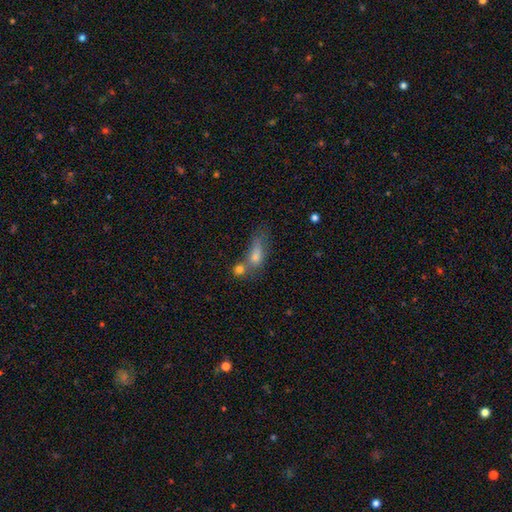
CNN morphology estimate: Smooth or featured: smooth — 64% (featured or disk — 21%)
How rounded: in between — 58% (cigar-shaped — 25%)
Merging: merger — 39% (none — 27%)